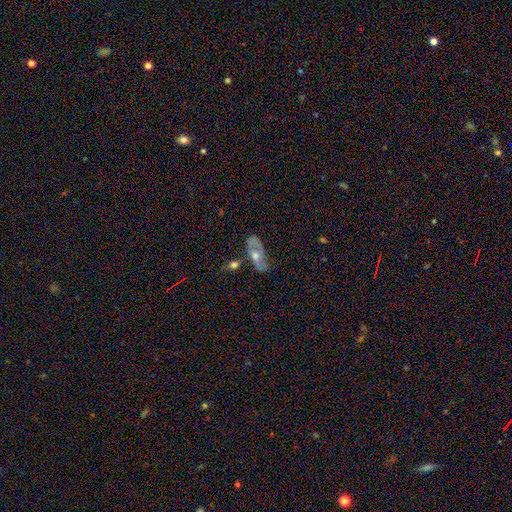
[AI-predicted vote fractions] This is possibly a featured or disk galaxy (56%). It is clearly not viewed edge-on (83%). Merging: possibly none (60%).